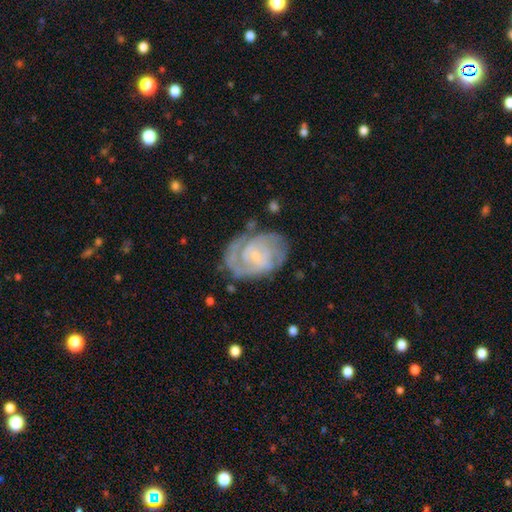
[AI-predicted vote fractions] A featured or disk galaxy (83%) with a weak bar (50%), 2 (47%) tight (62%) spiral arms (94%) and a small central bulge (68%).

Vote fractions:
- Smooth or featured? featured or disk: 83% / smooth: 11% / star or artifact: 5%
- Edge-on disk? no: 97% / yes: 3%
- Bar? weak: 50% / no: 39% / strong: 12%
- Spiral arms? yes: 94% / no: 6%
- Spiral winding? tight: 62% / medium: 31% / loose: 7%
- Spiral arm count? 2: 47% / can't tell: 27% / 3: 13% / 1: 6% / 4: 4% / more than 4: 3%
- Bulge size? small: 68% / moderate: 18% / none: 11% / large: 2% / dominant: 1%
- Merging? none: 64% / minor disturbance: 22% / major disturbance: 11% / merger: 3%